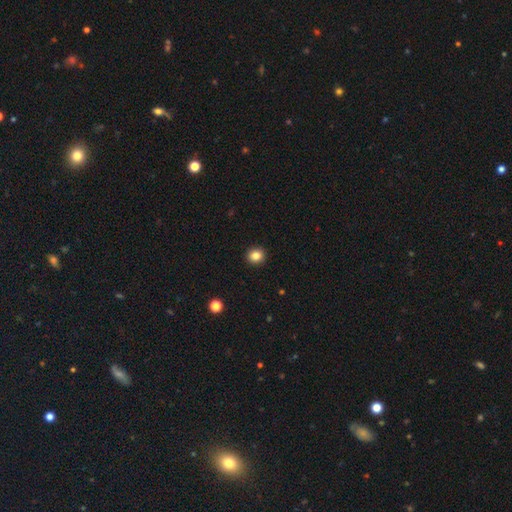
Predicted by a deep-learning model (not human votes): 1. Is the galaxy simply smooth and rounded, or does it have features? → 84% smooth, 11% star or artifact, 5% featured or disk.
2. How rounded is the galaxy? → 86% round, 13% in between, 1% cigar-shaped.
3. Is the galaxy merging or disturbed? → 93% none, 5% minor disturbance, 1% major disturbance, 1% merger.